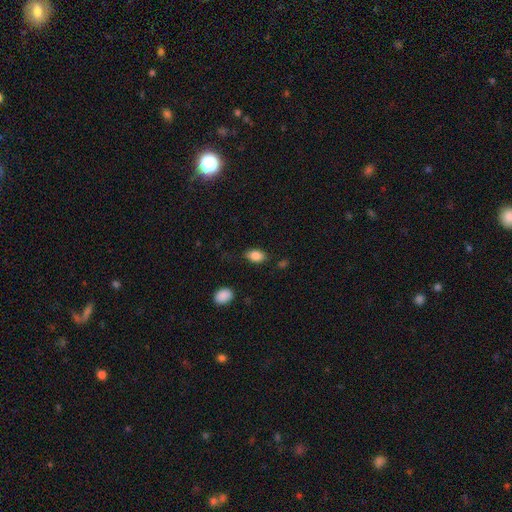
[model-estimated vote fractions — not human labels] Smooth or featured? smooth (85%)
How rounded? in between (89%)
Merging? none (80%)